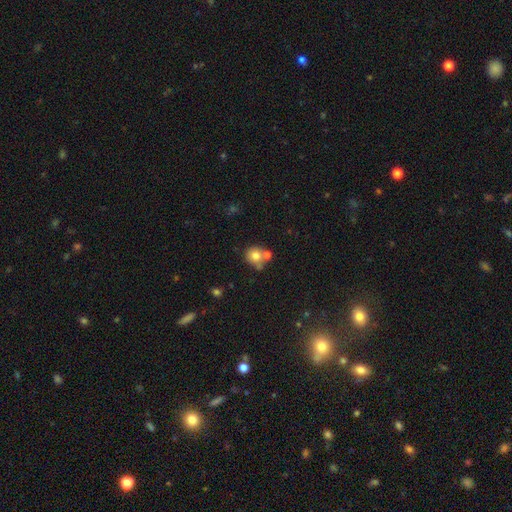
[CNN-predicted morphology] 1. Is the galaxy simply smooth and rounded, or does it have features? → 75% smooth, 14% featured or disk, 11% star or artifact.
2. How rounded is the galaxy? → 82% round, 17% in between, 1% cigar-shaped.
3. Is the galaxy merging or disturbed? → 48% none, 34% merger, 13% minor disturbance, 5% major disturbance.